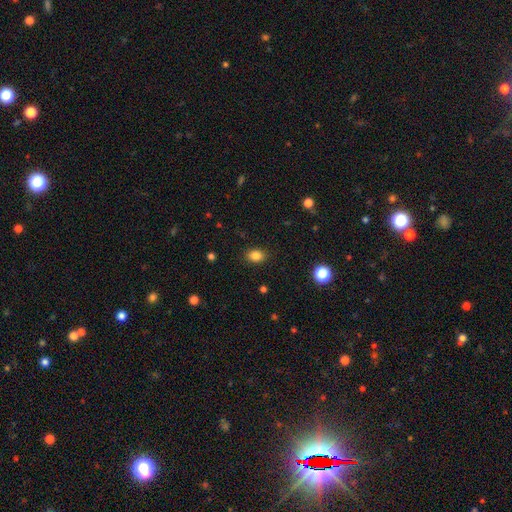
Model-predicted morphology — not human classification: Smooth or featured? smooth (84%)
How rounded? in between (67%)
Merging? none (88%)